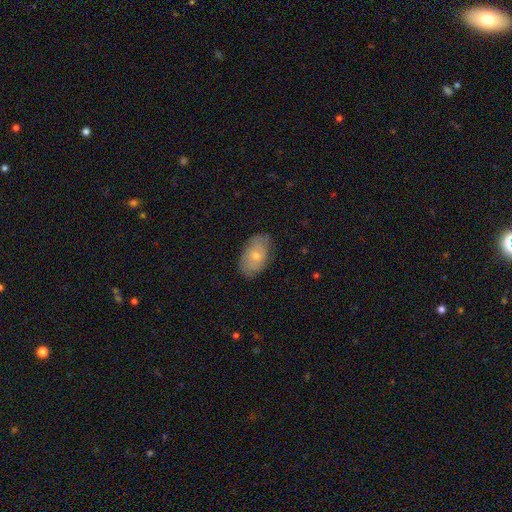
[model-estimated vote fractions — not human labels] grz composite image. It shows a smooth galaxy with no disk features (51%) that is in between round and cigar-shaped (91%). Merging: none (80%).